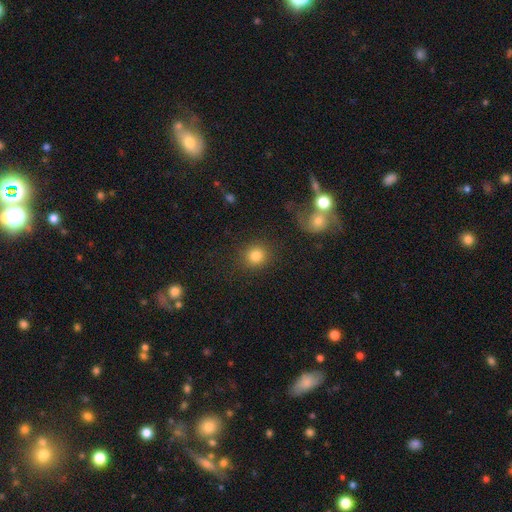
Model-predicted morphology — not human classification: Overall: smooth (83%). How rounded: round (88%). Merging: none (83%).